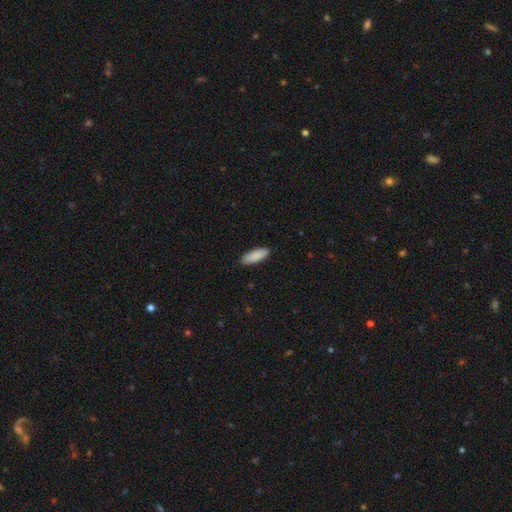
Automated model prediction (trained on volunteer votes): Overall: smooth (90%). How rounded: in between (64%; cigar-shaped 35%). Merging: none (88%).